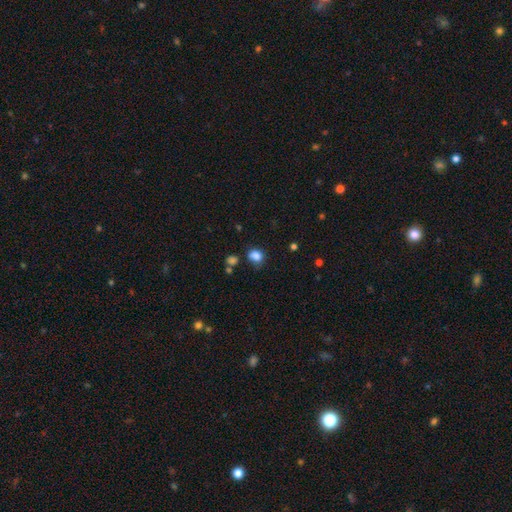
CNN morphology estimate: The model was most divided on "how rounded": round: 66%, in between: 33%, cigar-shaped: 1%. More confident: smooth or featured — smooth (84%); merging — none (67%).